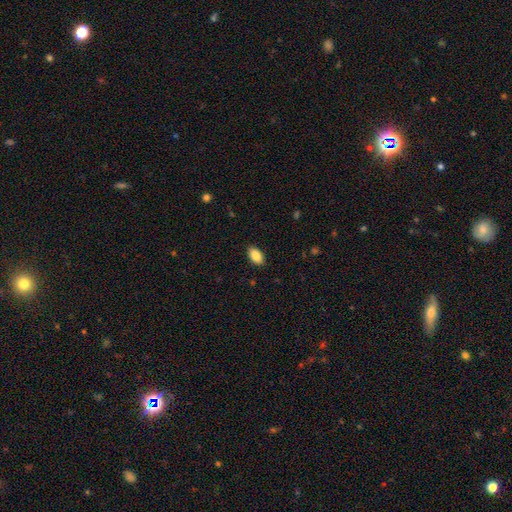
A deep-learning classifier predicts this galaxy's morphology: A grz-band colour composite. It shows a smooth galaxy with no disk features (88%) that is in between round and cigar-shaped (93%). Merging: none (89%).